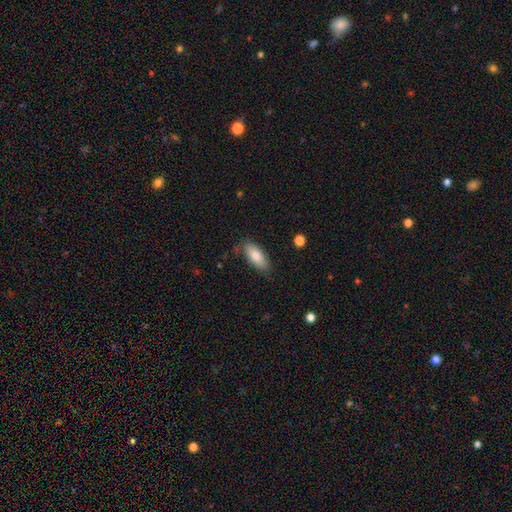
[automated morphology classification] A smooth galaxy with no disk features (83%) that is in between round and cigar-shaped (81%). Merging: none (78%).